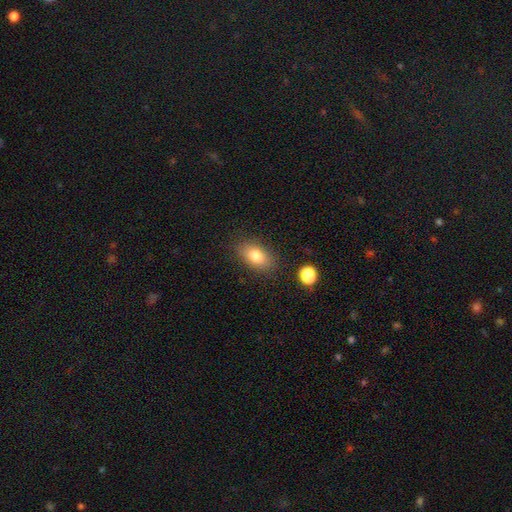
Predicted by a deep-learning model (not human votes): Smooth or featured? smooth (81%)
How rounded? in between (87%)
Merging? none (84%)